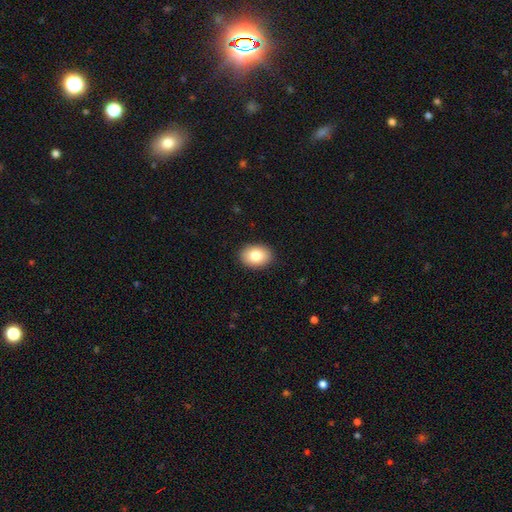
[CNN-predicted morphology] smooth_or_featured: smooth (p=0.82) [alt: featured or disk p=0.10]
how_rounded: in between (p=0.74) [alt: round p=0.25]
merging: none (p=0.90) [alt: minor disturbance p=0.07]